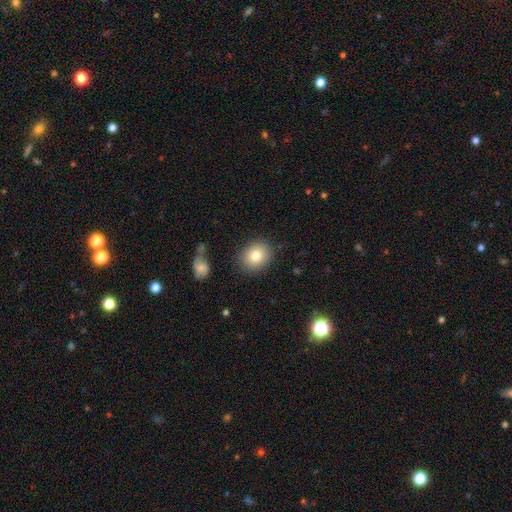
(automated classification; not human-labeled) smooth_or_featured: smooth (p=0.80) [alt: featured or disk p=0.10]
how_rounded: round (p=0.70) [alt: in between p=0.29]
merging: none (p=0.84) [alt: minor disturbance p=0.10]